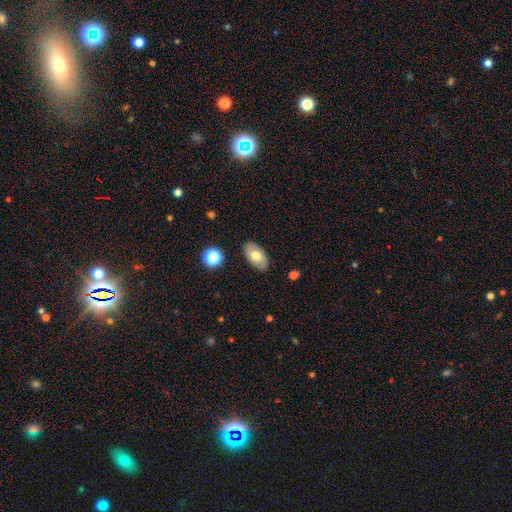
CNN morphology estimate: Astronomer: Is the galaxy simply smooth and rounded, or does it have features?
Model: smooth — 68%.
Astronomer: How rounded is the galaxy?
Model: in between — 93%.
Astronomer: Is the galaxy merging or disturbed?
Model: none — 85%.